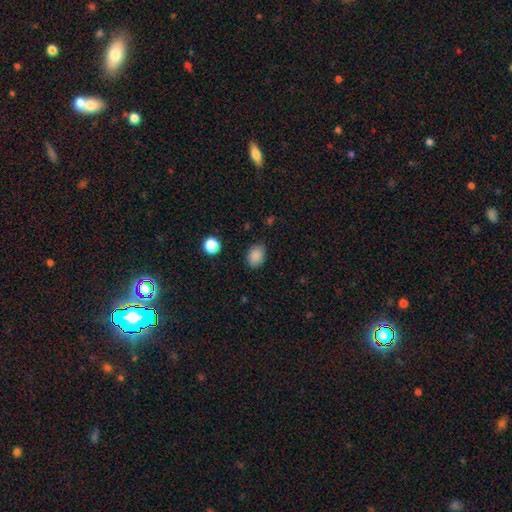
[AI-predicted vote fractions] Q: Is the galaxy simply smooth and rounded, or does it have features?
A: smooth — 87%.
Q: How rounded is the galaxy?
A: in between — 68%.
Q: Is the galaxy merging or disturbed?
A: none — 84%.